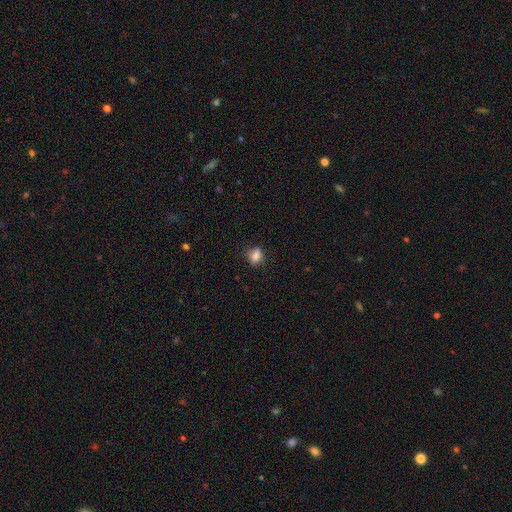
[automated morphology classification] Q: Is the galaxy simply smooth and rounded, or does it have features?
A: smooth — 80%.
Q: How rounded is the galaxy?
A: in between — 71%.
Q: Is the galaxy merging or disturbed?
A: none — 76%.